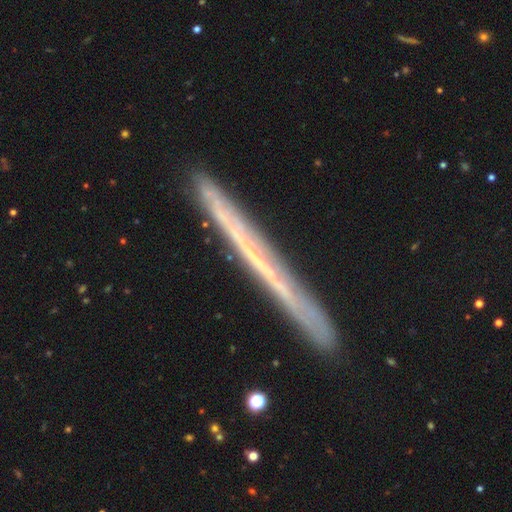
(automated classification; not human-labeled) This appears to be a featured or disk galaxy (61%) viewed edge-on (95%) with no central bulge (93%). Merging: none (88%).